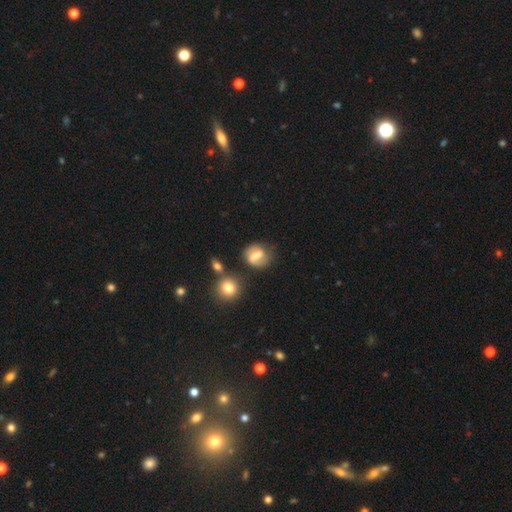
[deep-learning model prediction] featured or disk 47%, smooth 44%, star or artifact 8%. Down the decision tree: merging — none (71%).